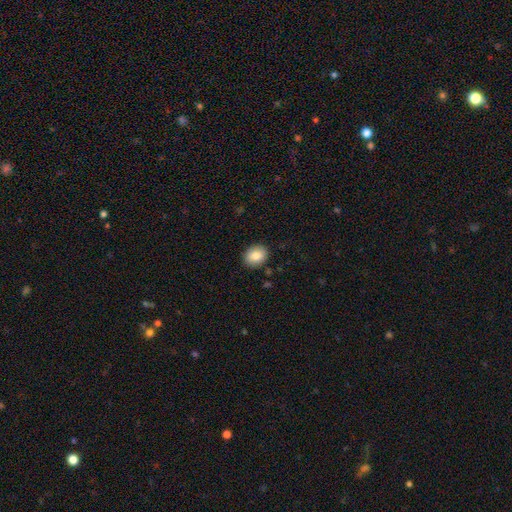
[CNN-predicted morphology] smooth 85%, star or artifact 8%, featured or disk 7%. Down the decision tree: how rounded — round (52%); merging — none (89%).